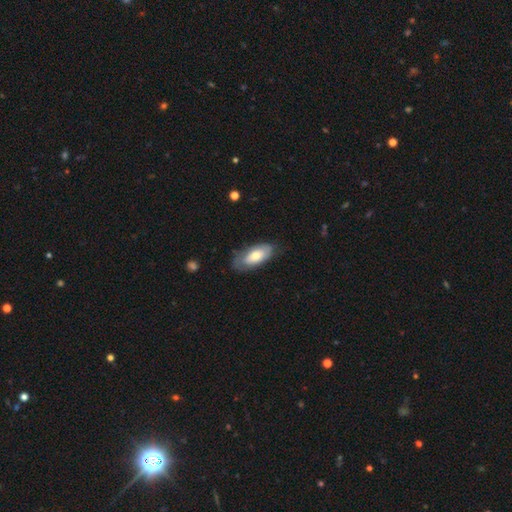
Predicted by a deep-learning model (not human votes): Overall: smooth (64%; featured or disk 30%). How rounded: in between (87%). Merging: none (64%; minor disturbance 26%).